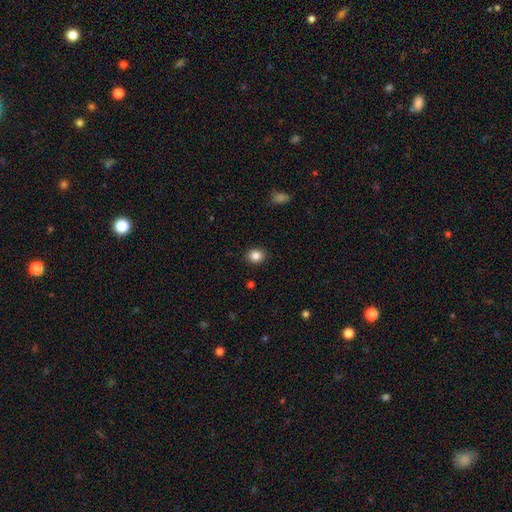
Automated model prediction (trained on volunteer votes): smooth_or_featured: smooth (p=0.86) [alt: star or artifact p=0.10]
how_rounded: round (p=0.62) [alt: in between p=0.37]
merging: none (p=0.90) [alt: minor disturbance p=0.07]